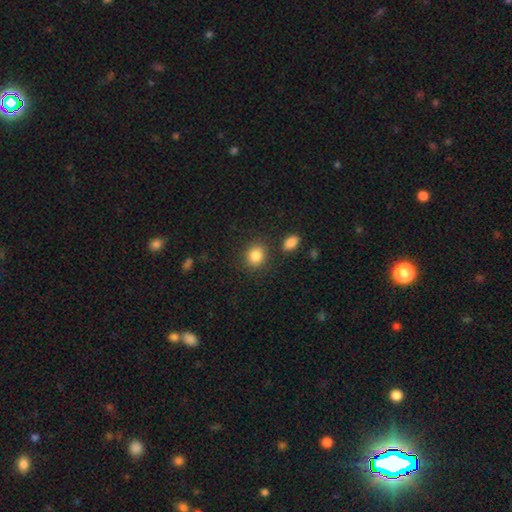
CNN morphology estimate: smooth_or_featured: smooth (p=0.86) [alt: star or artifact p=0.09]
how_rounded: round (p=0.70) [alt: in between p=0.29]
merging: none (p=0.81) [alt: minor disturbance p=0.10]